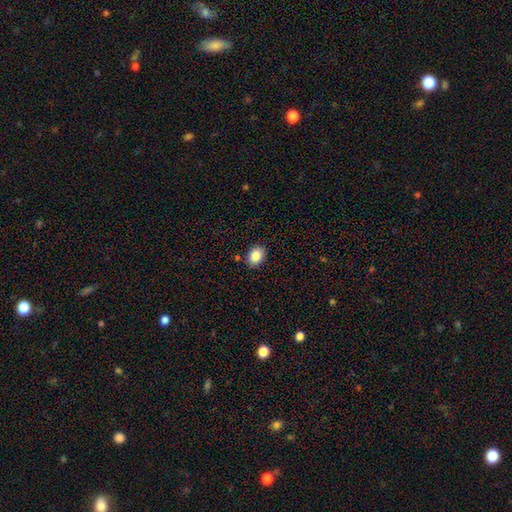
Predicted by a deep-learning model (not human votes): Smooth or featured? smooth (87%)
How rounded? in between (67%)
Merging? none (86%)